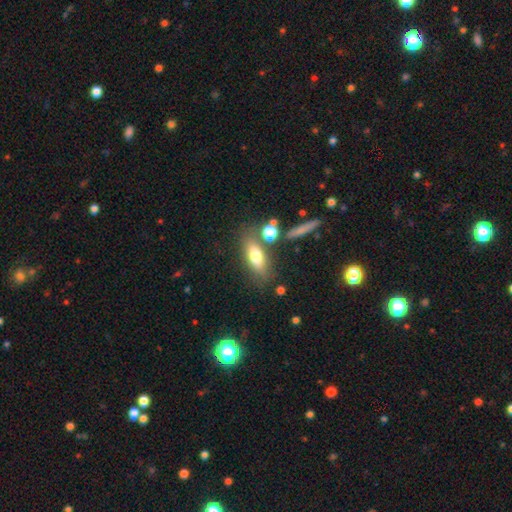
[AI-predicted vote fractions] smooth-or-featured: smooth: 71% | featured or disk: 20% | star or artifact: 9%
  how-rounded: in between: 66% | cigar-shaped: 28% | round: 6%
  merging: none: 66% | merger: 14% | minor disturbance: 14% | major disturbance: 6%